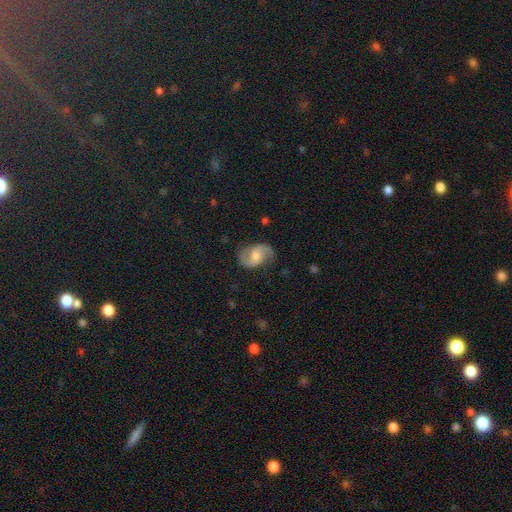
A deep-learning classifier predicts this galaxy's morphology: The model was most divided on "bar": weak: 46%, no: 44%, strong: 10%. Remaining: edge-on disk — no (97%); spiral arms — yes (94%); spiral arm count — 2 (91%); merging — none (77%); smooth or featured — featured or disk (76%); bulge size — moderate (57%); spiral winding — medium (46%).